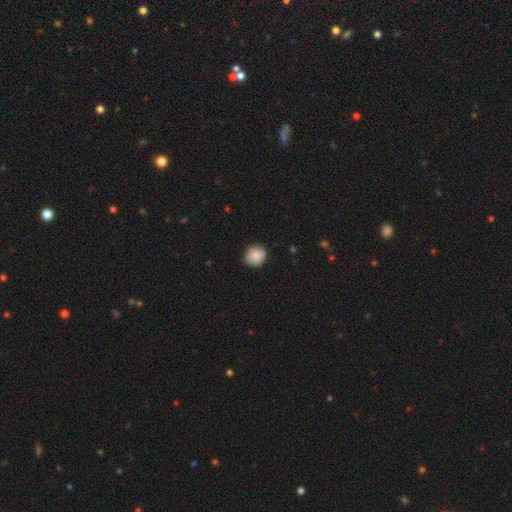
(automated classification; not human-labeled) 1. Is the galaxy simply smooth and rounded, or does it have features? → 80% smooth, 12% featured or disk, 8% star or artifact.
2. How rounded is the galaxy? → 85% round, 14% in between, 1% cigar-shaped.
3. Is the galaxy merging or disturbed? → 76% none, 19% minor disturbance, 3% major disturbance, 2% merger.